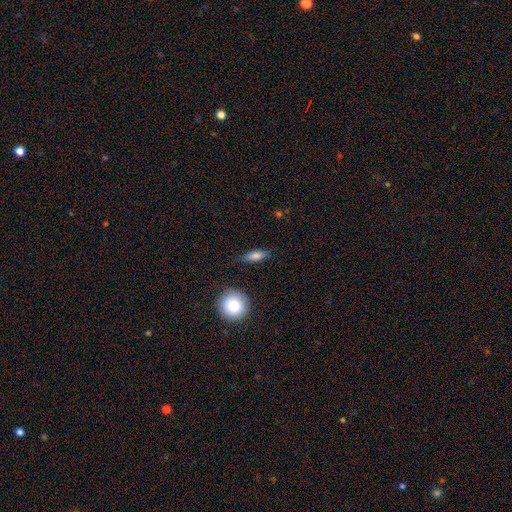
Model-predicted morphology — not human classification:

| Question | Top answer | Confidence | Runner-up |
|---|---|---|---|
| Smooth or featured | smooth | 78% | featured or disk (15%) |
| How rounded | in between | 56% | cigar-shaped (36%) |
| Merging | none | 79% | minor disturbance (15%) |